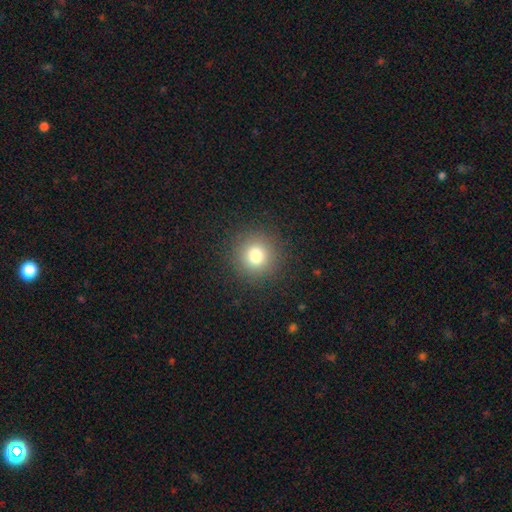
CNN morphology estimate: smooth_or_featured: smooth (p=0.79) [alt: star or artifact p=0.13]
how_rounded: round (p=0.95) [alt: in between p=0.05]
merging: none (p=0.90) [alt: minor disturbance p=0.06]